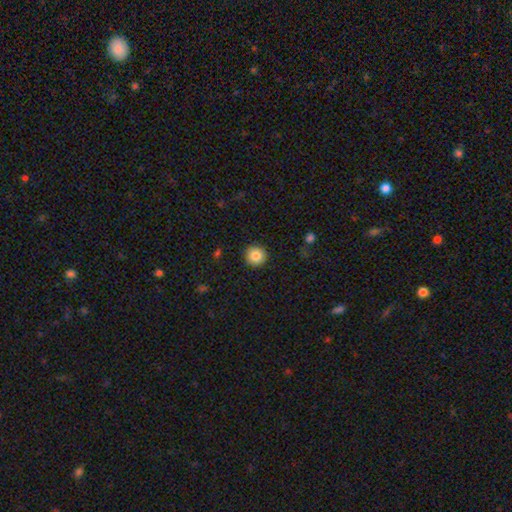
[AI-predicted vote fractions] Smooth or featured? smooth (85%)
How rounded? round (95%)
Merging? none (92%)